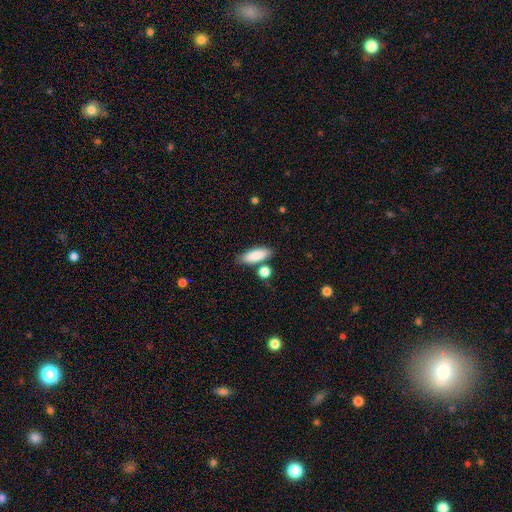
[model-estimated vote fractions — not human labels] Overall: smooth (87%). How rounded: in between (67%; cigar-shaped 31%). Merging: none (74%).